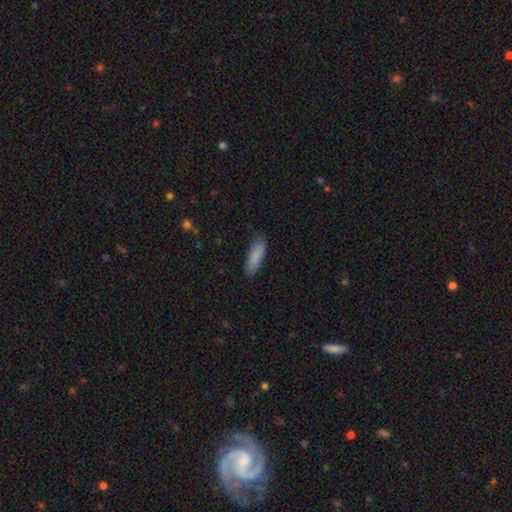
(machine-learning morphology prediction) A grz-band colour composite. It shows a smooth galaxy with no disk features (85%) that is cigar-shaped (52%). Merging: none (82%).